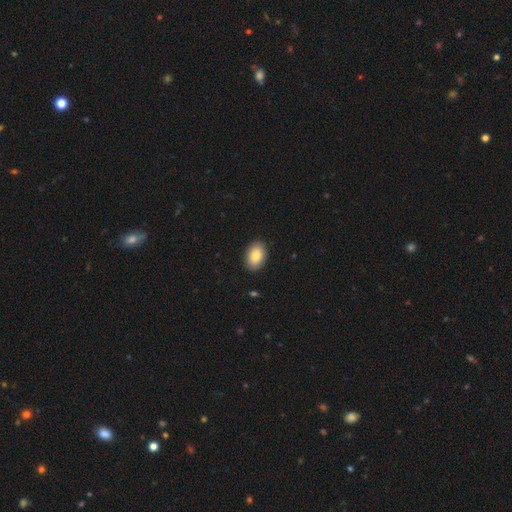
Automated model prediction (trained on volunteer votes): This is clearly a smooth galaxy (85%). How rounded: clearly in between (88%). Merging: clearly none (90%).